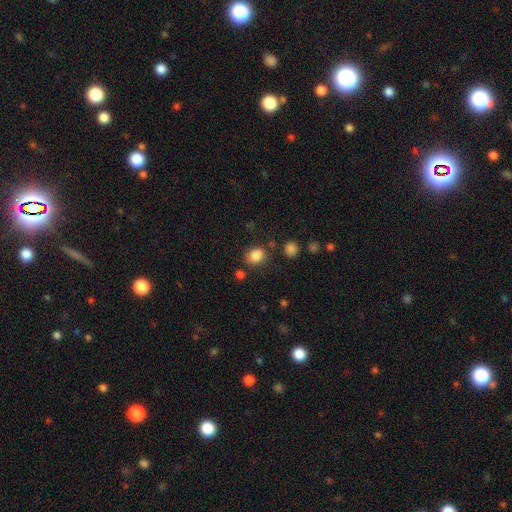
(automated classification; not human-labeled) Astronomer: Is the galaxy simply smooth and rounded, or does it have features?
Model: smooth — 85%.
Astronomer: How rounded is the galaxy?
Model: round — 53% (runner-up: in between, 46%).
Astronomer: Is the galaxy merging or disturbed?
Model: none — 77%.